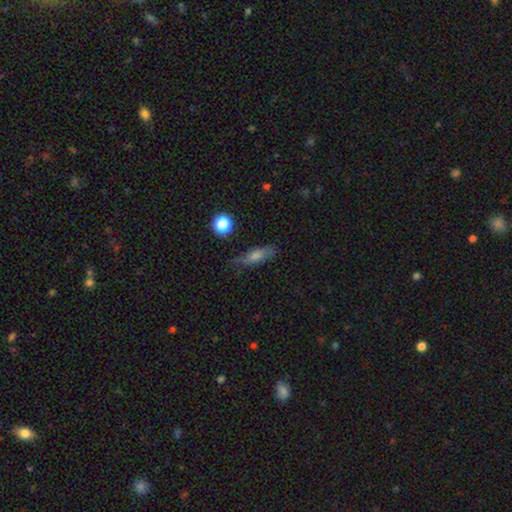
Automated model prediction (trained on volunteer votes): smooth_or_featured: smooth (p=0.68) [alt: featured or disk p=0.22]
how_rounded: cigar-shaped (p=0.49) [alt: in between p=0.46]
merging: none (p=0.72) [alt: minor disturbance p=0.20]